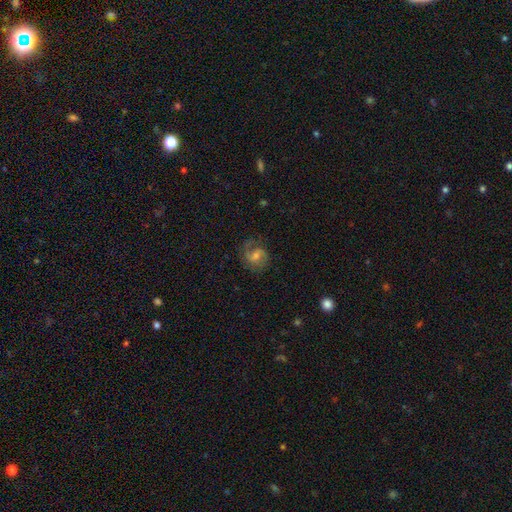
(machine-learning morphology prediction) smooth-or-featured: featured or disk: 68% | smooth: 24% | star or artifact: 8%
  disk-edge-on: no: 98% | yes: 2%
    bar: weak: 47% | no: 43% | strong: 10%
    has-spiral-arms: yes: 92% | no: 8%
      spiral-winding: medium: 51% | loose: 28% | tight: 21%
      spiral-arm-count: 2: 71% | 1: 17% | can't tell: 8% | 3: 2% | 4: 1% | more than 4: 1%
    bulge-size: moderate: 48% | small: 41% | large: 5% | none: 5% | dominant: 1%
  merging: none: 68% | minor disturbance: 18% | major disturbance: 12% | merger: 1%